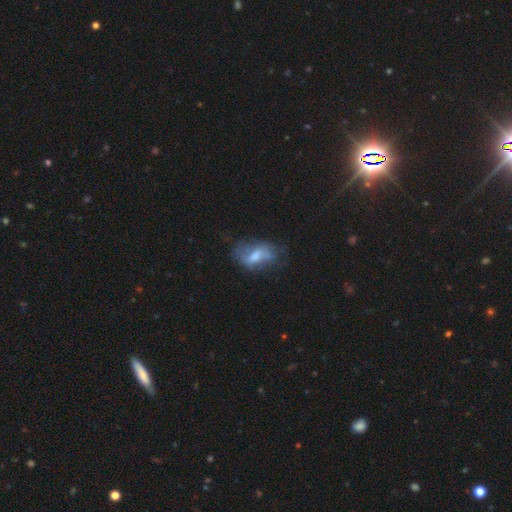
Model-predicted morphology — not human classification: smooth_or_featured: smooth (p=0.46) [alt: featured or disk p=0.44]
merging: none (p=0.44) [alt: minor disturbance p=0.28]